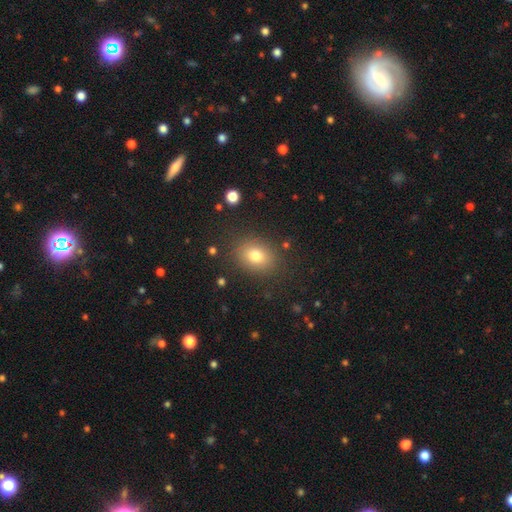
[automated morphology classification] Smooth or featured? Predicted: smooth (p=0.77). How rounded? Predicted: in between (p=0.53). Merging? Predicted: none (p=0.84).